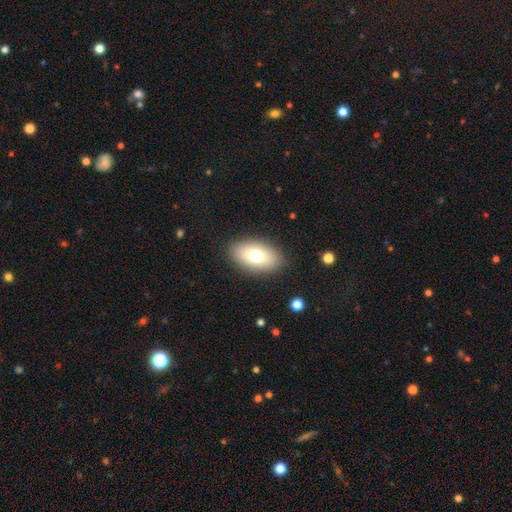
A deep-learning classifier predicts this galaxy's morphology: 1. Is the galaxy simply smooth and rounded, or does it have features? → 73% smooth, 19% featured or disk, 8% star or artifact.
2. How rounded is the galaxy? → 91% in between, 7% round, 2% cigar-shaped.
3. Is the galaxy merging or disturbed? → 87% none, 9% minor disturbance, 3% major disturbance, 1% merger.